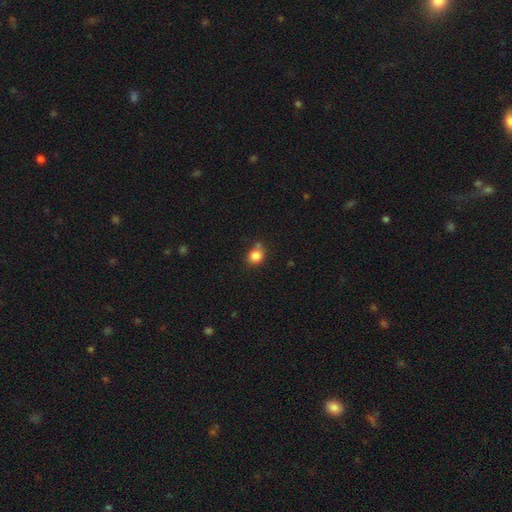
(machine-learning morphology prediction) smooth 83%, star or artifact 11%, featured or disk 6%. Down the decision tree: how rounded — round (75%); merging — none (69%).